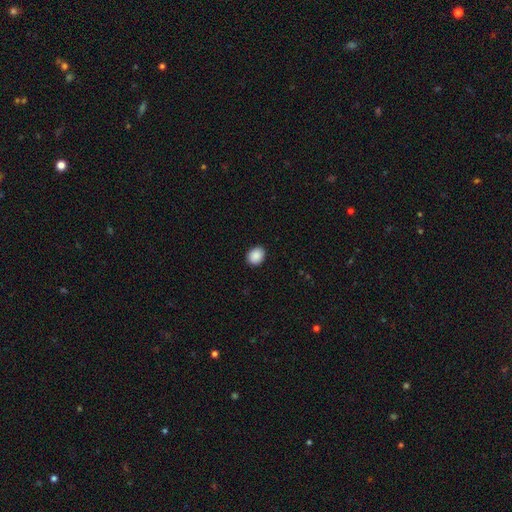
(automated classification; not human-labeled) smooth-or-featured: smooth: 90% | star or artifact: 8% | featured or disk: 2%
  how-rounded: round: 54% | in between: 45% | cigar-shaped: 1%
  merging: none: 91% | minor disturbance: 7% | major disturbance: 2% | merger: 1%